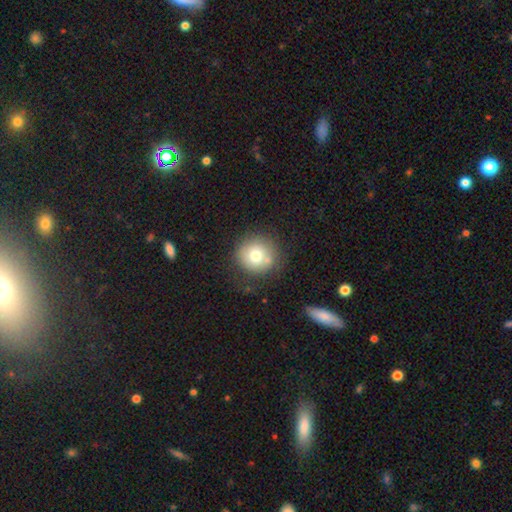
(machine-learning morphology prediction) smooth-or-featured: smooth: 71% | featured or disk: 18% | star or artifact: 10%
  how-rounded: round: 92% | in between: 7% | cigar-shaped: 1%
  merging: none: 72% | minor disturbance: 15% | merger: 7% | major disturbance: 5%